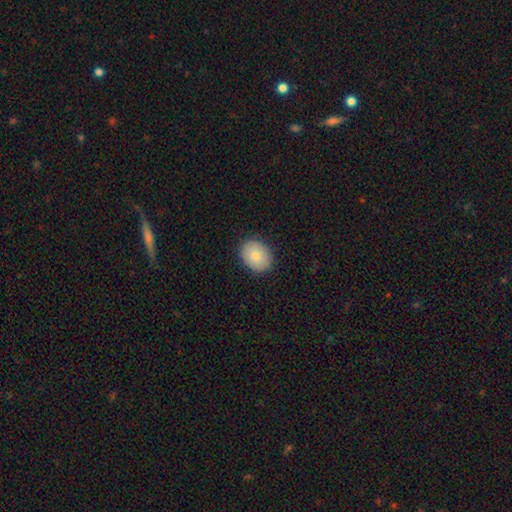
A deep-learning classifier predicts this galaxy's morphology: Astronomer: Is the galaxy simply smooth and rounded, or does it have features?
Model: smooth — 85%.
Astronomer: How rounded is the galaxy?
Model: in between — 61% (runner-up: round, 38%).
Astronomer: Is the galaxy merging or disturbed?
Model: none — 88%.